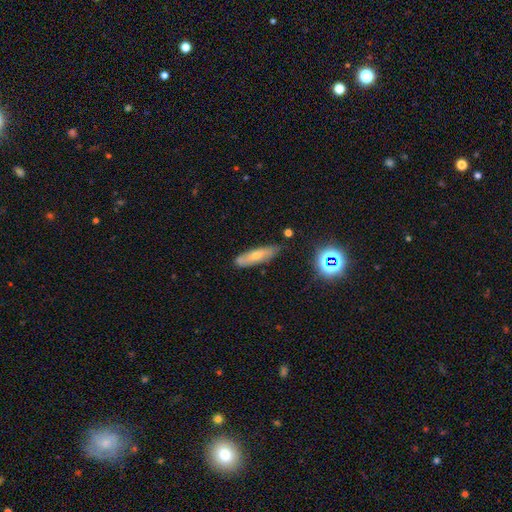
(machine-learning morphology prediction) This is possibly a smooth galaxy (56%). How rounded: likely cigar-shaped (63%). Merging: likely none (74%).